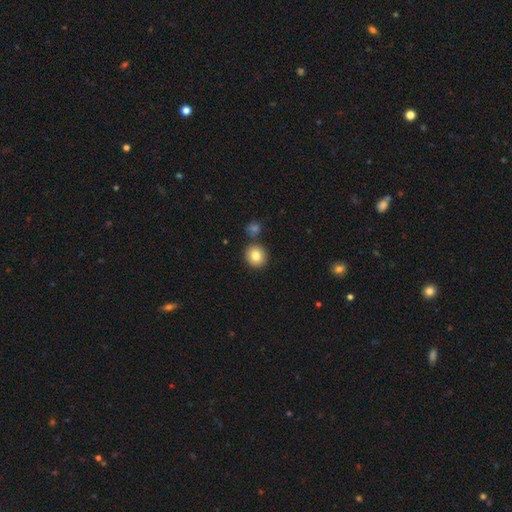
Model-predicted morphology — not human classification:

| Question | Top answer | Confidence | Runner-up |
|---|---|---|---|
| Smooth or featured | smooth | 83% | star or artifact (9%) |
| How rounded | round | 85% | in between (14%) |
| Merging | none | 81% | merger (9%) |